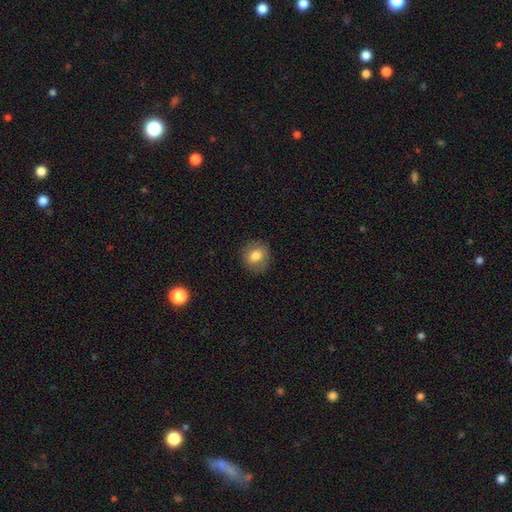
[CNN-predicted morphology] Smooth or featured?
  - smooth: 76% *
  - featured or disk: 15%
  - star or artifact: 9%
How rounded?
  - round: 81% *
  - in between: 18%
  - cigar-shaped: 1%
Merging?
  - none: 87% *
  - minor disturbance: 9%
  - major disturbance: 3%
  - merger: 1%